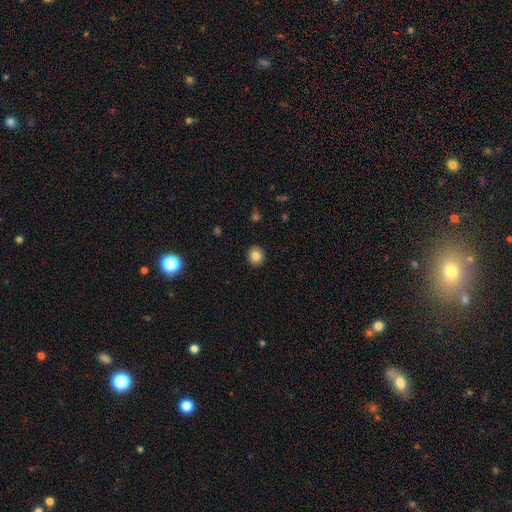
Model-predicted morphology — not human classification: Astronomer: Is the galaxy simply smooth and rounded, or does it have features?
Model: smooth — 83%.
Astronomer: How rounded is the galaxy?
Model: round — 86%.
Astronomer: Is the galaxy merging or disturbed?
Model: none — 92%.